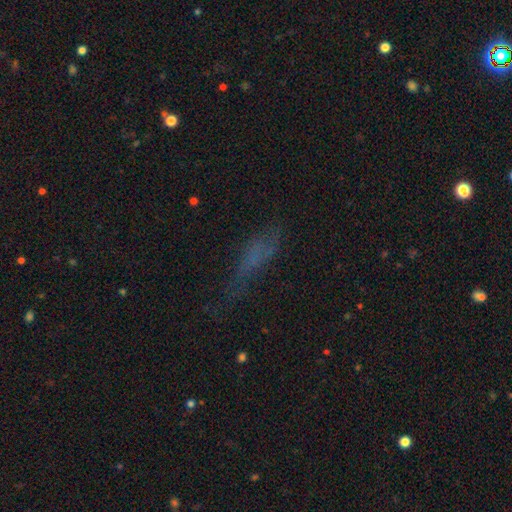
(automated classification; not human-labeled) smooth-or-featured: smooth: 49% | featured or disk: 27% | star or artifact: 23%
  merging: none: 47% | minor disturbance: 26% | major disturbance: 24% | merger: 3%